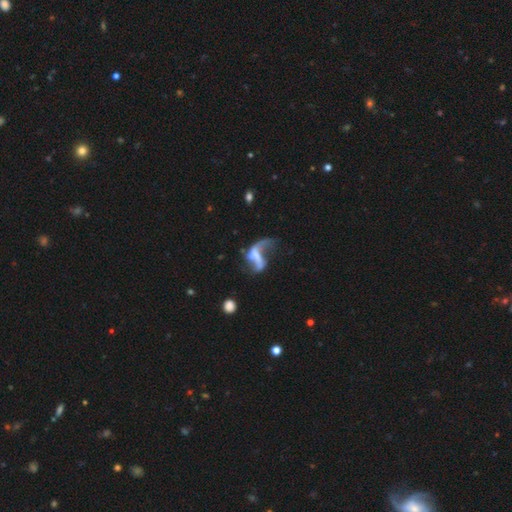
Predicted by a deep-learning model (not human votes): smooth_or_featured: featured or disk (p=0.68) [alt: smooth p=0.21]
disk_edge_on: no (p=0.95) [alt: yes p=0.05]
bar: no (p=0.50) [alt: weak p=0.30]
has_spiral_arms: yes (p=0.66) [alt: no p=0.34]
bulge_size: none (p=0.59) [alt: small p=0.21]
merging: major disturbance (p=0.42) [alt: none p=0.26]